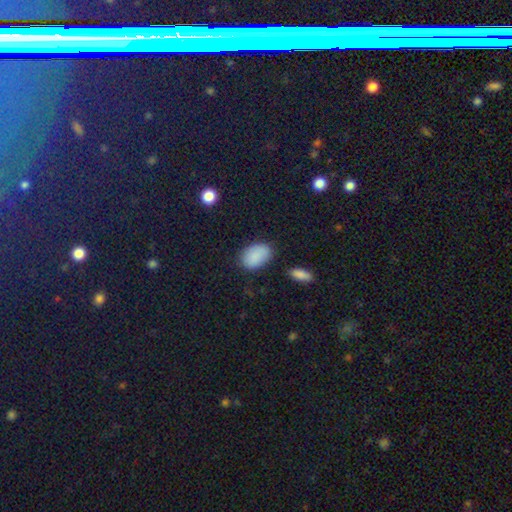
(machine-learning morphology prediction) smooth_or_featured: smooth (p=0.88) [alt: star or artifact p=0.08]
how_rounded: in between (p=0.86) [alt: round p=0.12]
merging: none (p=0.77) [alt: minor disturbance p=0.16]